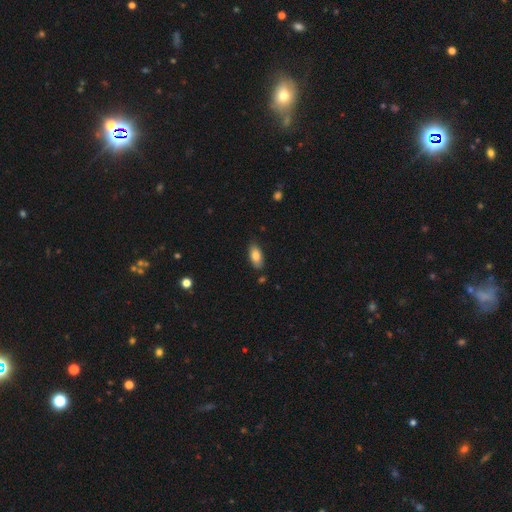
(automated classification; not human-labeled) Smooth or featured? Predicted: smooth (p=0.82). How rounded? Predicted: in between (p=0.91). Merging? Predicted: none (p=0.82).